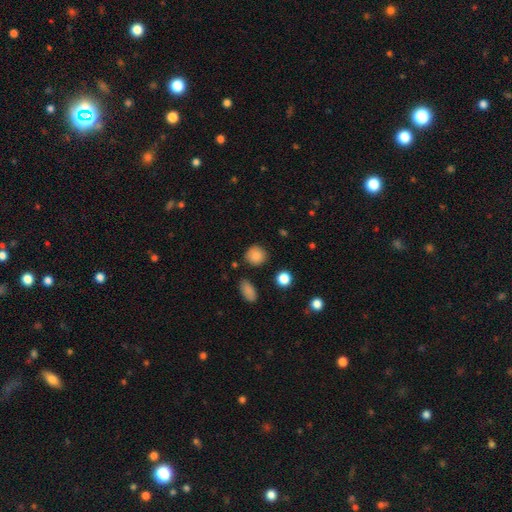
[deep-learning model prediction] The model was most divided on "smooth or featured": smooth: 86%, star or artifact: 9%, featured or disk: 5%. More confident: how rounded — round (88%); merging — none (85%).